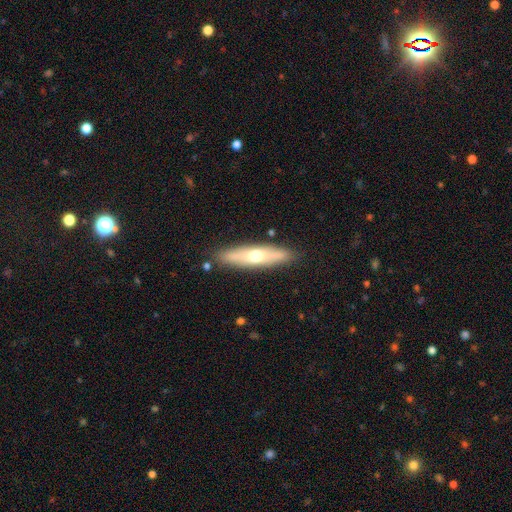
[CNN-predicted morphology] smooth_or_featured: smooth (p=0.51) [alt: featured or disk p=0.44]
how_rounded: cigar-shaped (p=0.75) [alt: in between p=0.23]
merging: none (p=0.86) [alt: minor disturbance p=0.10]